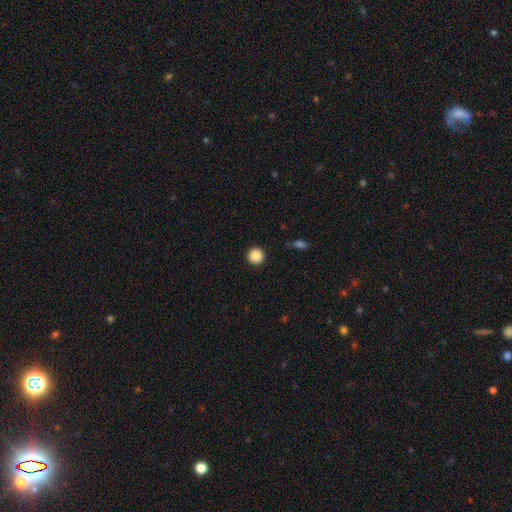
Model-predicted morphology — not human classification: Q: Smooth or featured?
A: smooth (88%); runner-up: star or artifact (9%)
Q: How rounded?
A: round (96%); runner-up: in between (3%)
Q: Merging?
A: none (92%); runner-up: minor disturbance (5%)